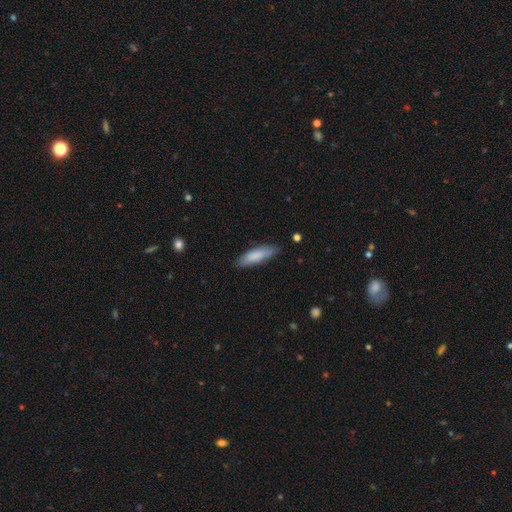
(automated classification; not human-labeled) Smooth or featured: smooth — 83% (featured or disk — 11%)
How rounded: cigar-shaped — 58% (in between — 40%)
Merging: none — 83% (minor disturbance — 13%)